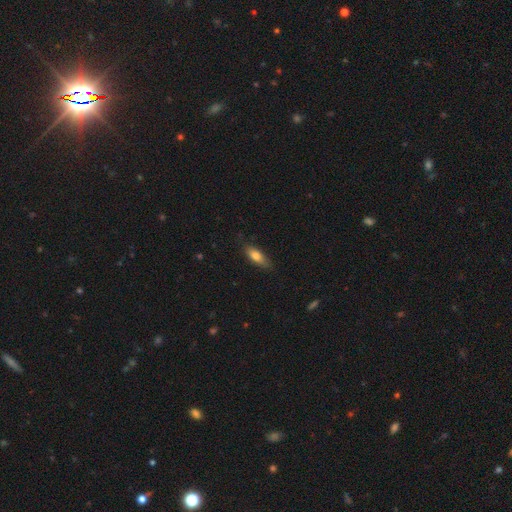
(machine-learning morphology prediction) The model was most divided on "how rounded": in between: 65%, cigar-shaped: 32%, round: 3%. More confident: merging — none (79%); smooth or featured — smooth (76%).